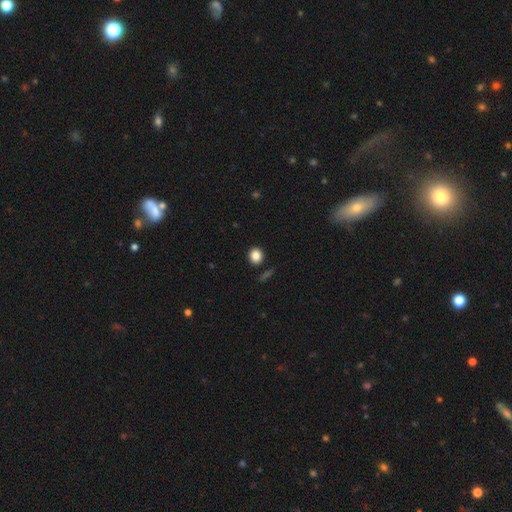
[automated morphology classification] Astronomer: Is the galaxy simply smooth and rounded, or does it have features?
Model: smooth — 85%.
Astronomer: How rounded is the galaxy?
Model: round — 81%.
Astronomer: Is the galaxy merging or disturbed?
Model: none — 89%.